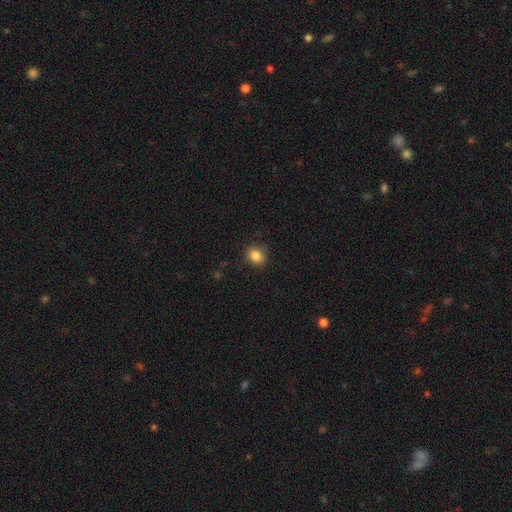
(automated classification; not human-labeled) Smooth or featured: smooth — 85% (star or artifact — 10%)
How rounded: round — 54% (in between — 45%)
Merging: none — 83% (minor disturbance — 13%)